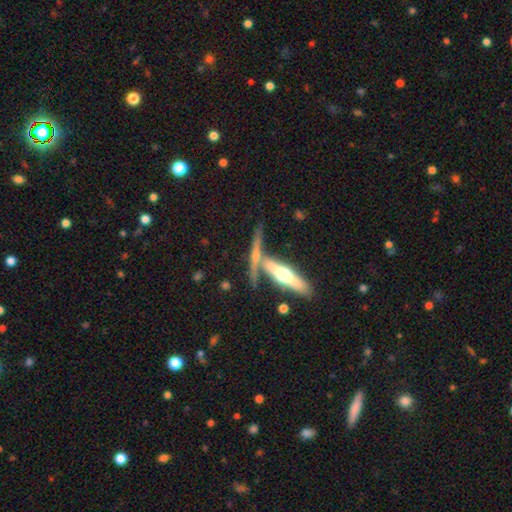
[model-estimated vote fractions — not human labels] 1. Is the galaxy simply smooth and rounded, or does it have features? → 67% featured or disk, 25% smooth, 8% star or artifact.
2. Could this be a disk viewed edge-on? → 93% yes, 7% no.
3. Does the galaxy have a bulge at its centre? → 88% rounded, 7% none, 5% boxy.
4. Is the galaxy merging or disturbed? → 55% none, 28% merger, 12% minor disturbance, 5% major disturbance.